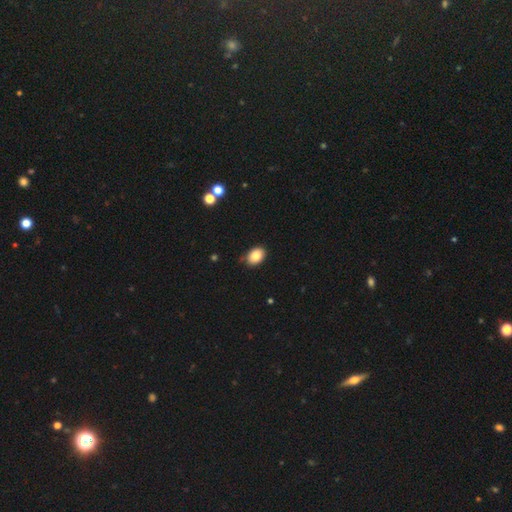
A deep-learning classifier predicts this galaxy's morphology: type=smooth (85%); roundness=in between (79%); merging=none (79%).